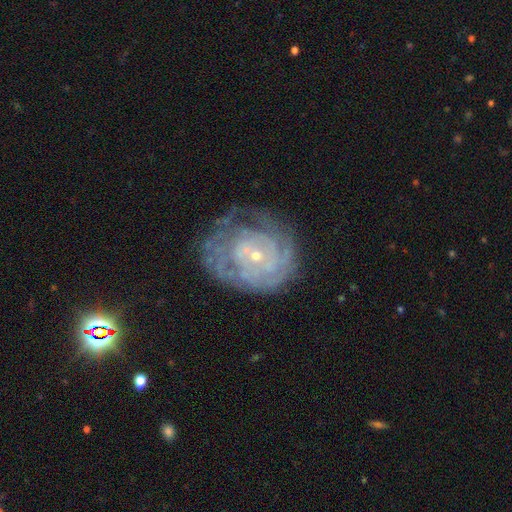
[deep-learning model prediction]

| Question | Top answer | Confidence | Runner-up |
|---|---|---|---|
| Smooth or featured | featured or disk | 80% | smooth (12%) |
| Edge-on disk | no | 97% | yes (3%) |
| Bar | no | 72% | weak (22%) |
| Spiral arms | yes | 89% | no (11%) |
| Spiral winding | tight | 76% | medium (18%) |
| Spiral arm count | can't tell | 48% | 2 (13%) |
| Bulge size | small | 79% | moderate (17%) |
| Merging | none | 62% | minor disturbance (22%) |